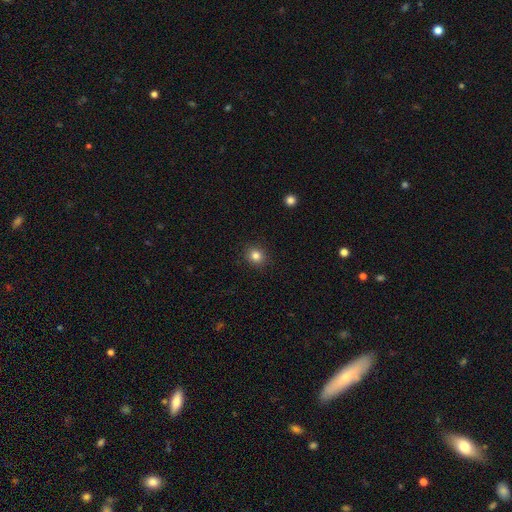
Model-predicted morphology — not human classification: Overall: smooth (83%). How rounded: round (79%). Merging: none (90%).